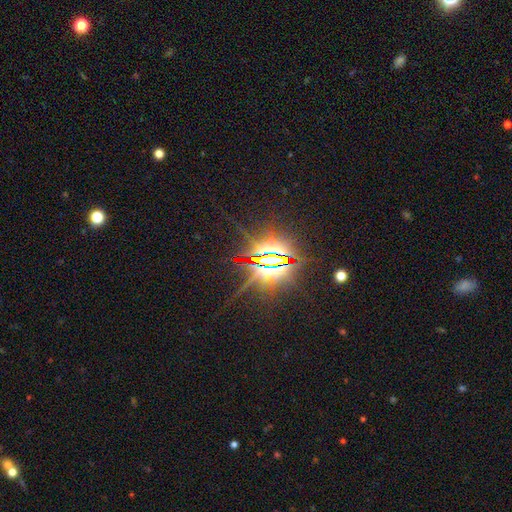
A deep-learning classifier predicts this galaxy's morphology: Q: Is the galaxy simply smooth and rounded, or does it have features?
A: star or artifact — 87%.